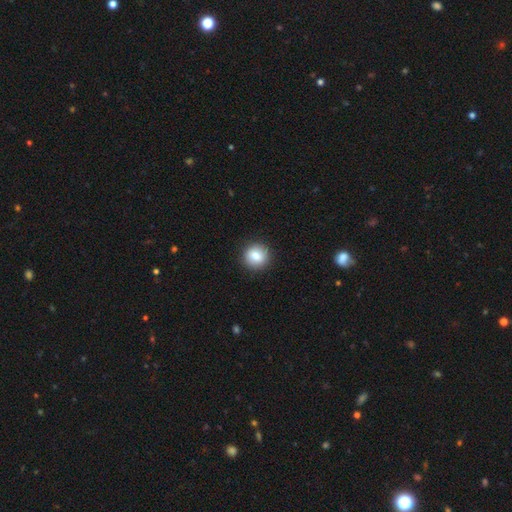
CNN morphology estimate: smooth 83%, star or artifact 9%, featured or disk 8%. Down the decision tree: how rounded — round (92%); merging — none (92%).